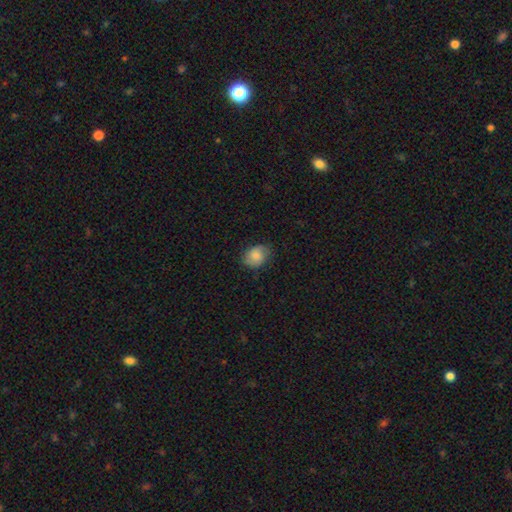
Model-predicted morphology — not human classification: This is likely a smooth galaxy (77%). How rounded: possibly in between (59%). Merging: likely none (73%).